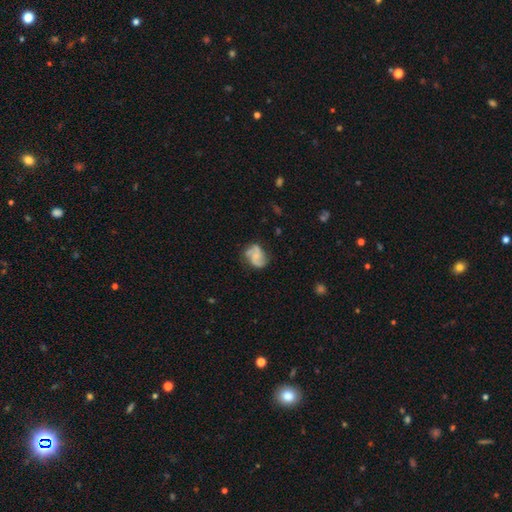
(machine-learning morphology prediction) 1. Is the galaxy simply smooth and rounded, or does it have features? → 72% featured or disk, 21% smooth, 7% star or artifact.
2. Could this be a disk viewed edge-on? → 98% no, 2% yes.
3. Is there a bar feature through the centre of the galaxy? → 57% no, 34% weak, 8% strong.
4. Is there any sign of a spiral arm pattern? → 93% yes, 7% no.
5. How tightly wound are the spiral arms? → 43% medium, 42% loose, 15% tight.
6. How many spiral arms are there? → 82% 2, 7% 3, 6% can't tell, 2% 1, 2% 4, 2% more than 4.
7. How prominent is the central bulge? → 41% small, 37% none, 19% moderate, 3% large, 1% dominant.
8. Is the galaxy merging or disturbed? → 64% none, 22% minor disturbance, 11% major disturbance, 4% merger.